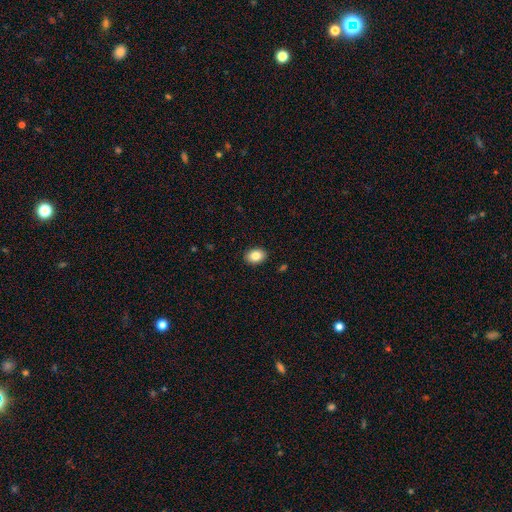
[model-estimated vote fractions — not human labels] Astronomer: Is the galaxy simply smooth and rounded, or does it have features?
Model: smooth — 85%.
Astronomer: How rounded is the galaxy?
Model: in between — 71%.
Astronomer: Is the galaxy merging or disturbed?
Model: none — 90%.